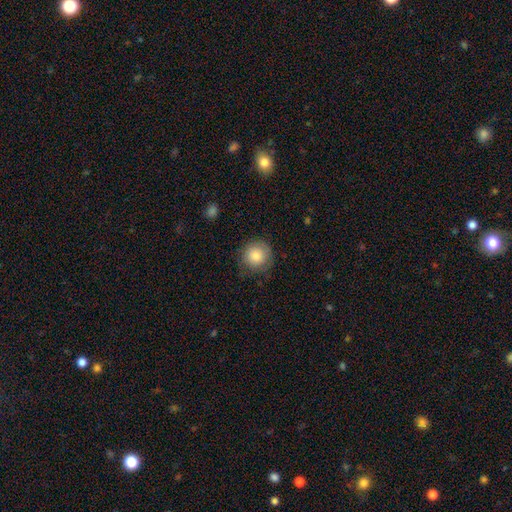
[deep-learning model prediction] Morphology: type=smooth (83%); roundness=round (92%); merging=none (79%).